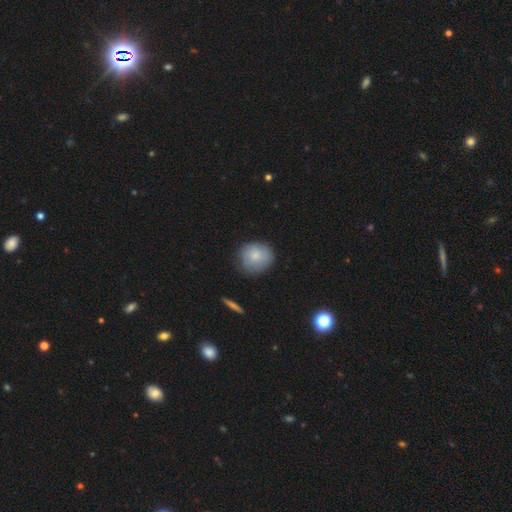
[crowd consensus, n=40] This appears to be a smooth galaxy with no disk features (78%) that is round (94%). Merging: none (51%).